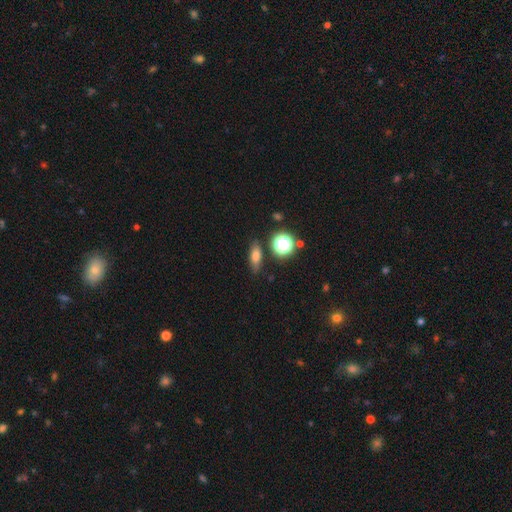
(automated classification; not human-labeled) Overall: smooth (68%). How rounded: in between (59%; cigar-shaped 27%). Merging: none (79%).